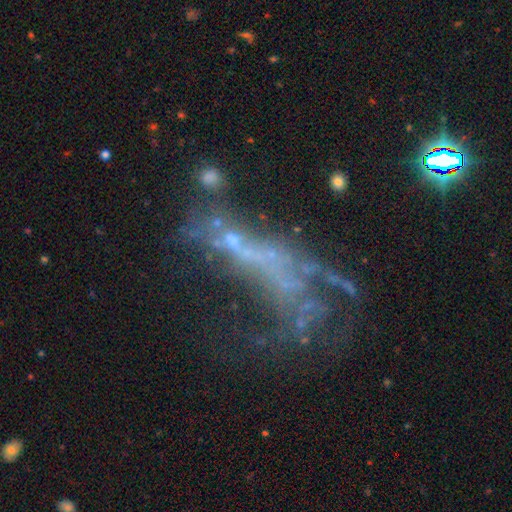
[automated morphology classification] Smooth or featured? Predicted: featured or disk (p=0.55). Edge-on disk? Predicted: no (p=0.88). Merging? Predicted: major disturbance (p=0.45).